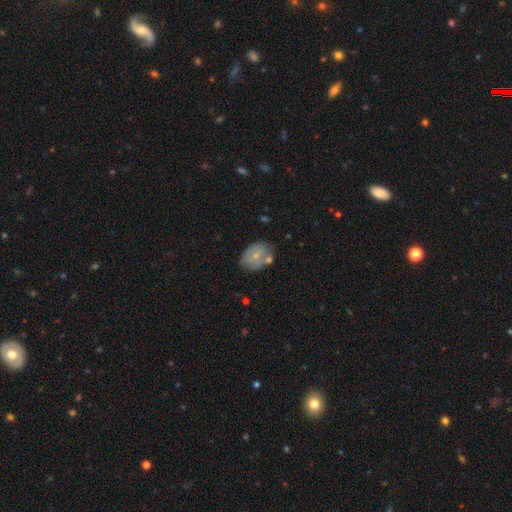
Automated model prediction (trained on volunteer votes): Overall: smooth (59%; featured or disk 34%). How rounded: in between (68%; round 30%). Merging: none (55%; minor disturbance 23%).